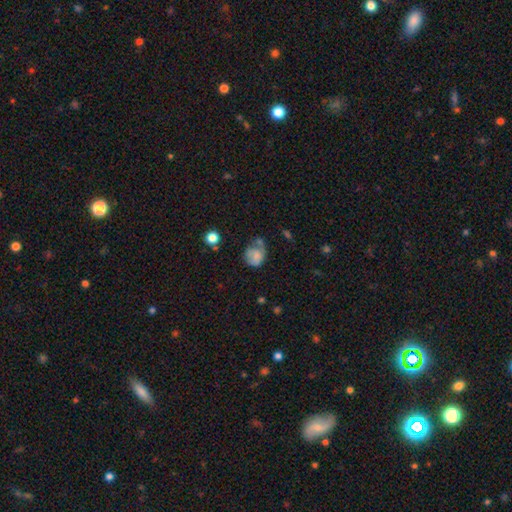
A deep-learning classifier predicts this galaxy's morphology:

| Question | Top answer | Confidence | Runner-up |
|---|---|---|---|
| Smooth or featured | smooth | 64% | featured or disk (27%) |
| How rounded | round | 59% | in between (40%) |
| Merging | minor disturbance | 32% | none (31%) |